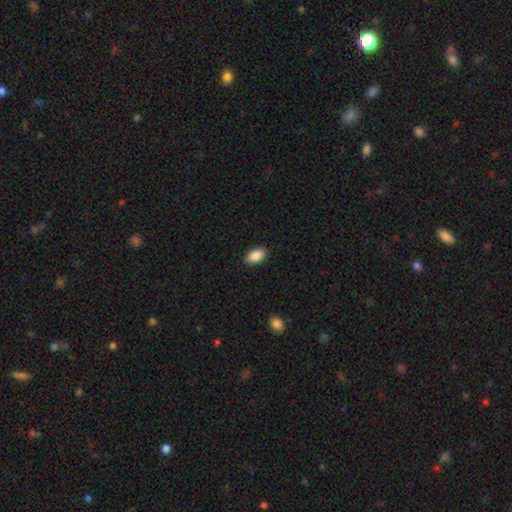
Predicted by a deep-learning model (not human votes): A smooth galaxy with no disk features (90%) that is in between round and cigar-shaped (93%).

Vote fractions:
- Smooth or featured? smooth: 90% / star or artifact: 7% / featured or disk: 3%
- How rounded? in between: 93% / round: 5% / cigar-shaped: 2%
- Merging? none: 90% / minor disturbance: 8% / major disturbance: 2% / merger: 1%